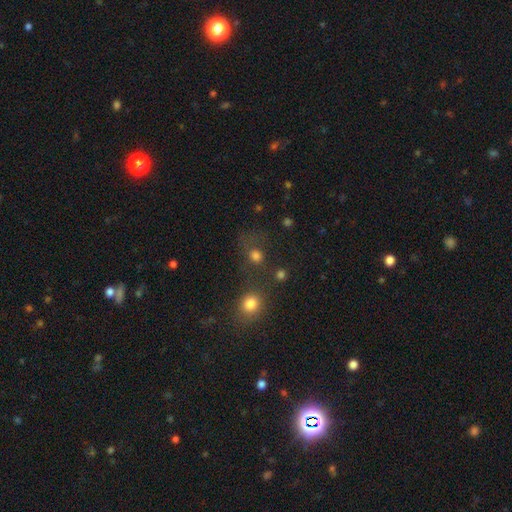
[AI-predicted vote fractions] Smooth or featured? smooth (75%)
How rounded? round (79%)
Merging? none (57%)